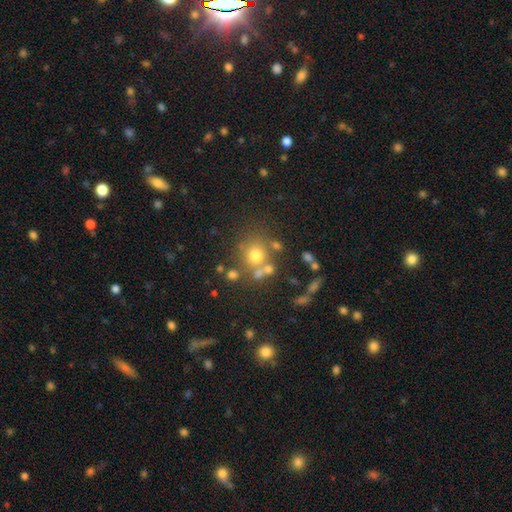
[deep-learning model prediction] Smooth or featured? Predicted: smooth (p=0.64). How rounded? Predicted: round (p=0.85). Merging? Predicted: none (p=0.62).